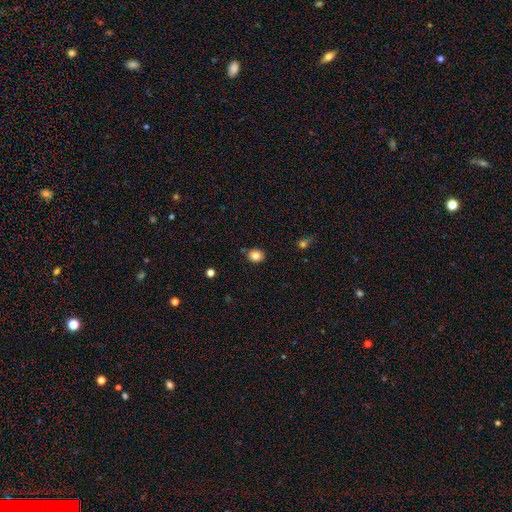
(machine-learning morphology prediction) Q: Smooth or featured?
A: smooth (82%); runner-up: star or artifact (11%)
Q: How rounded?
A: round (76%); runner-up: in between (24%)
Q: Merging?
A: none (85%); runner-up: minor disturbance (9%)